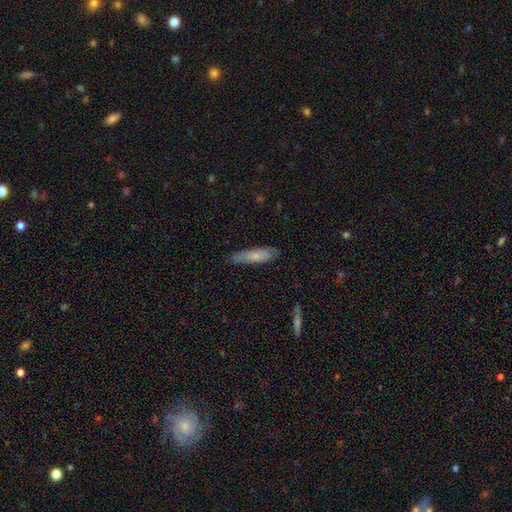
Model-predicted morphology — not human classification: type=smooth (72%); roundness=cigar-shaped (73%); merging=none (75%).